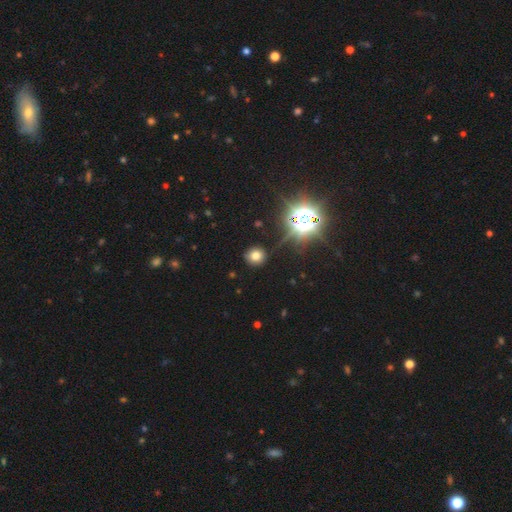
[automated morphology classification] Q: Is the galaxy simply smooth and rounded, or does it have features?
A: smooth — 69%.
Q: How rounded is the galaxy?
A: round — 87%.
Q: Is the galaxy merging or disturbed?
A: none — 86%.